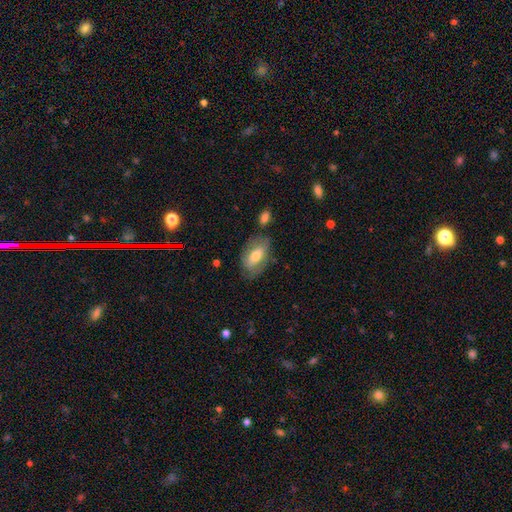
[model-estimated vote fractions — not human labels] This appears to be a smooth galaxy with no disk features (55%) that is in between round and cigar-shaped (90%). Merging: none (70%).